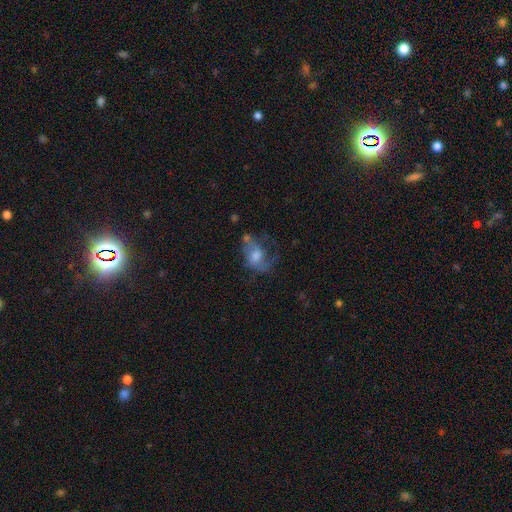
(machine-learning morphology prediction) Q: Smooth or featured?
A: featured or disk (49%); runner-up: smooth (40%)
Q: Merging?
A: major disturbance (39%); runner-up: none (31%)